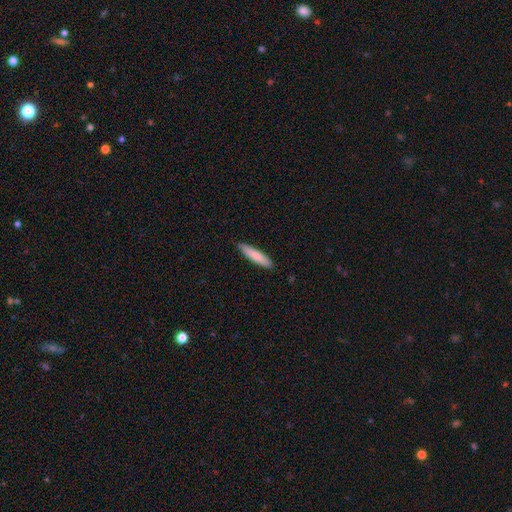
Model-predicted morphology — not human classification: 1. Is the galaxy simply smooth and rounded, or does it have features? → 81% smooth, 14% featured or disk, 5% star or artifact.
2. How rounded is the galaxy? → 84% cigar-shaped, 15% in between, 1% round.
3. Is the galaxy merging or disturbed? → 89% none, 9% minor disturbance, 2% major disturbance, 1% merger.